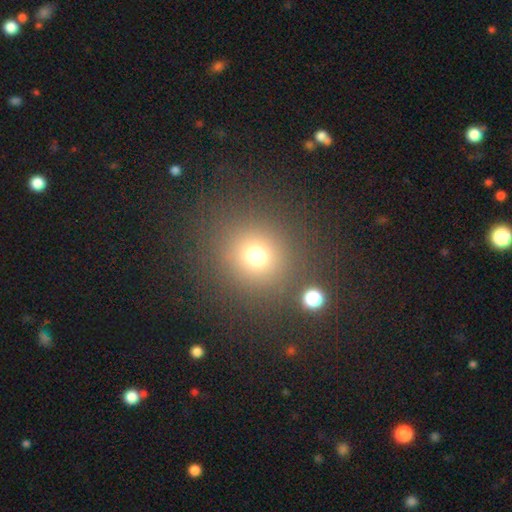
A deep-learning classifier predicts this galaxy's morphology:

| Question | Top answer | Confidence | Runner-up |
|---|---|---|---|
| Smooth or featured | smooth | 71% | star or artifact (21%) |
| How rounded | round | 91% | in between (8%) |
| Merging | none | 83% | minor disturbance (7%) |